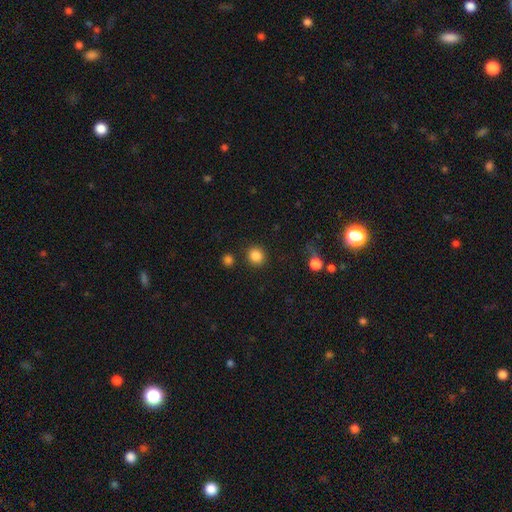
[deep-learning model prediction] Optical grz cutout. It shows a smooth galaxy with no disk features (86%) that is round (89%). Merging: none (86%).